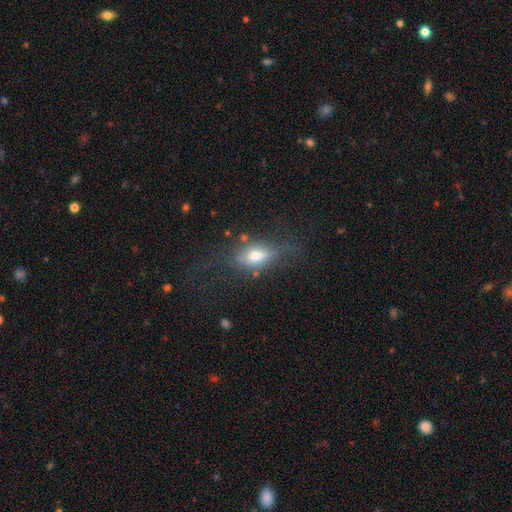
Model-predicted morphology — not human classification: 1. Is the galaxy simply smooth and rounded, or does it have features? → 58% smooth, 31% featured or disk, 11% star or artifact.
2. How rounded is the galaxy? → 78% in between, 12% cigar-shaped, 10% round.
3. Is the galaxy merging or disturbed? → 52% none, 24% minor disturbance, 20% major disturbance, 4% merger.